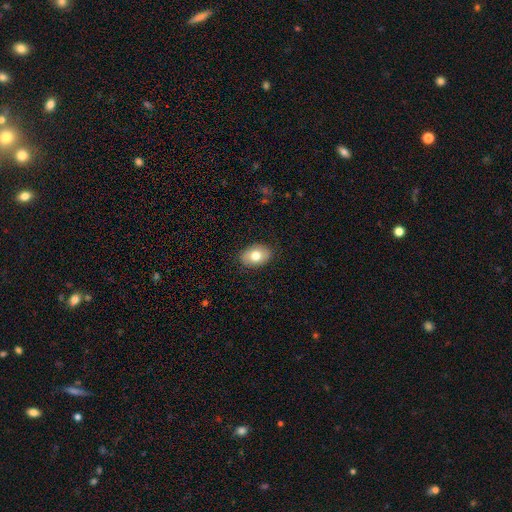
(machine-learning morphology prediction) Smooth or featured? Predicted: smooth (p=0.78). How rounded? Predicted: in between (p=0.83). Merging? Predicted: none (p=0.87).